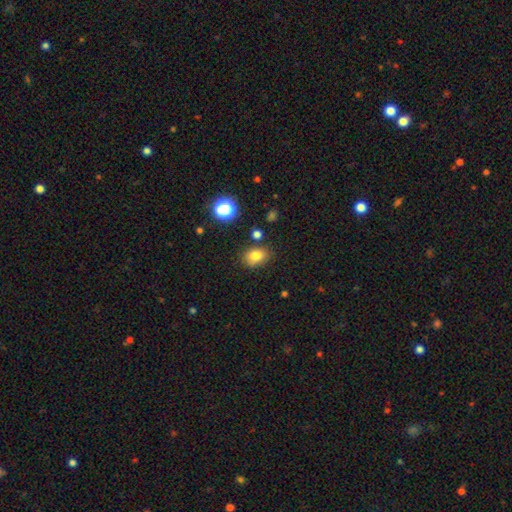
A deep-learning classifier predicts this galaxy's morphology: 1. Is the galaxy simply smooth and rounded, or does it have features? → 79% smooth, 13% star or artifact, 8% featured or disk.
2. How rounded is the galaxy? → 65% in between, 34% round, 1% cigar-shaped.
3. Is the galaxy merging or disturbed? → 78% none, 14% minor disturbance, 5% merger, 3% major disturbance.